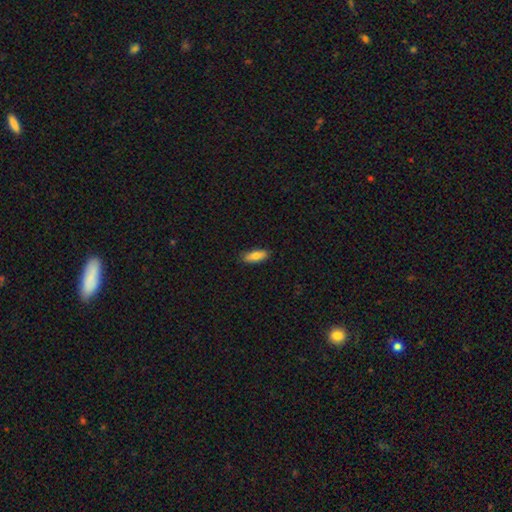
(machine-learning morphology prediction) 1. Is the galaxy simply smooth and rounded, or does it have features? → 81% smooth, 12% featured or disk, 6% star or artifact.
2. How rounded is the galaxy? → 72% in between, 26% cigar-shaped, 2% round.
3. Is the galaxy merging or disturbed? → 86% none, 11% minor disturbance, 2% major disturbance, 1% merger.